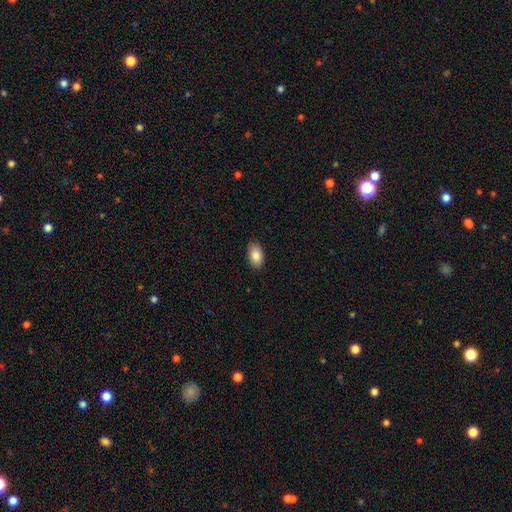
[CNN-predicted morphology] This appears to be a smooth galaxy with no disk features (86%) that is in between round and cigar-shaped (93%). Merging: none (87%).